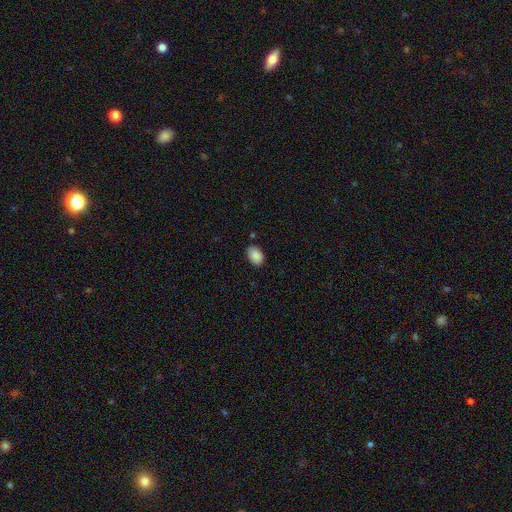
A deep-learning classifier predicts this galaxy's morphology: smooth-or-featured: smooth: 89% | star or artifact: 7% | featured or disk: 4%
  how-rounded: in between: 84% | round: 15% | cigar-shaped: 1%
  merging: none: 83% | minor disturbance: 13% | major disturbance: 2% | merger: 1%